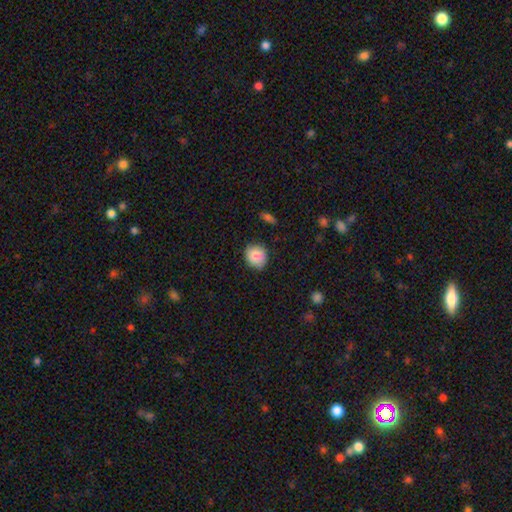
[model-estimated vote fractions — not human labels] smooth-or-featured: smooth: 88% | star or artifact: 7% | featured or disk: 5%
  how-rounded: round: 74% | in between: 25% | cigar-shaped: 1%
  merging: none: 81% | minor disturbance: 15% | major disturbance: 3% | merger: 1%